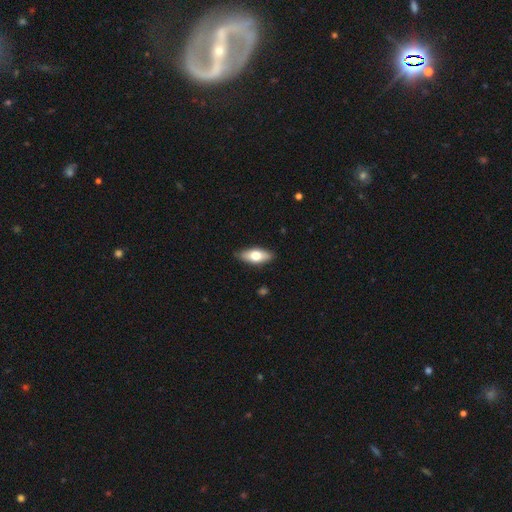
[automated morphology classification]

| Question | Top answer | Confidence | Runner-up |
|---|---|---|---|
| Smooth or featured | smooth | 66% | featured or disk (28%) |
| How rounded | in between | 79% | cigar-shaped (18%) |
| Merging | none | 87% | minor disturbance (11%) |